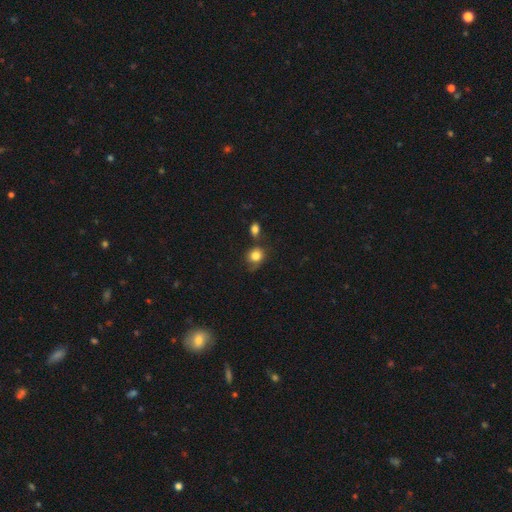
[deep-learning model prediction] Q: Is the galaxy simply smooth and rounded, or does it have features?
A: smooth — 81%.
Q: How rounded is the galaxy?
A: round — 74%.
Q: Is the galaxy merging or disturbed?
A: none — 55%.